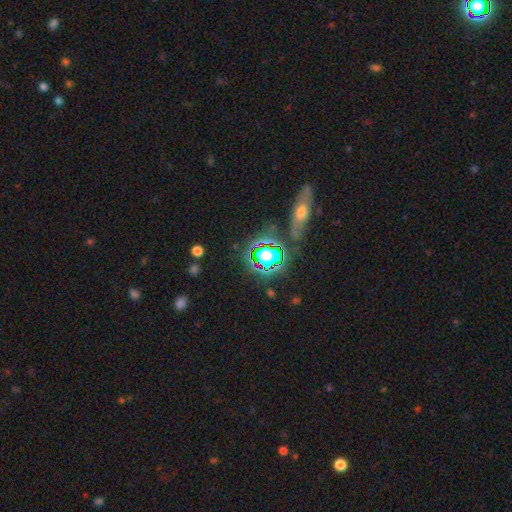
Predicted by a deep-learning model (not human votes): Smooth or featured? star or artifact (56%)